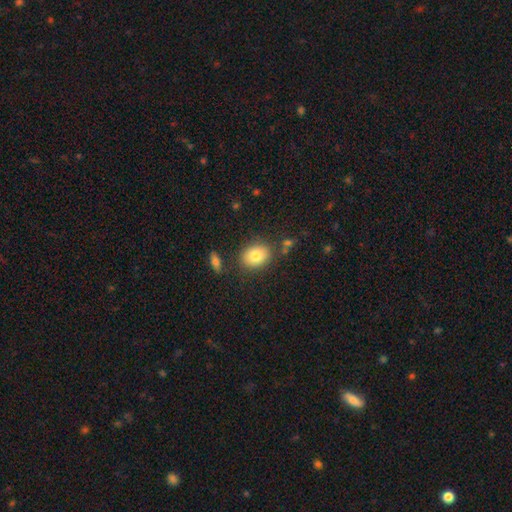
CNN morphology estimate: smooth 82%, featured or disk 10%, star or artifact 8%. Down the decision tree: how rounded — in between (61%); merging — none (80%).